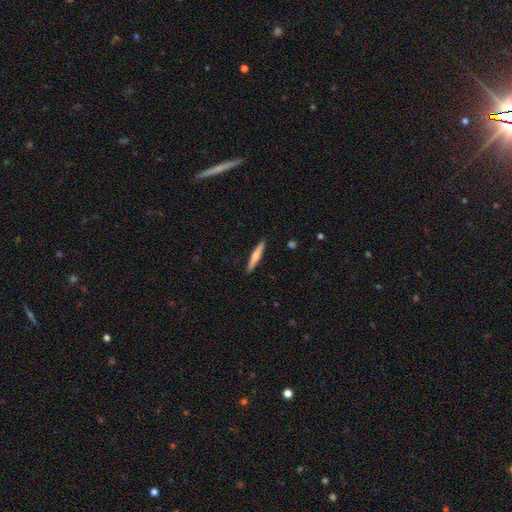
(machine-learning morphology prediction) Overall: smooth (60%; featured or disk 35%). How rounded: cigar-shaped (94%). Merging: none (91%).